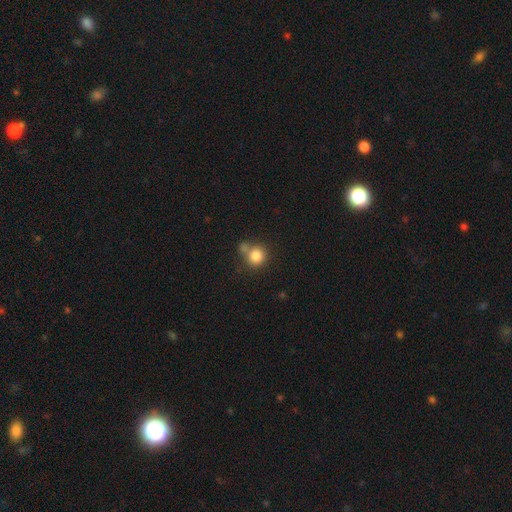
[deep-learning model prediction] Overall: smooth (82%). How rounded: round (88%). Merging: none (53%; merger 27%).